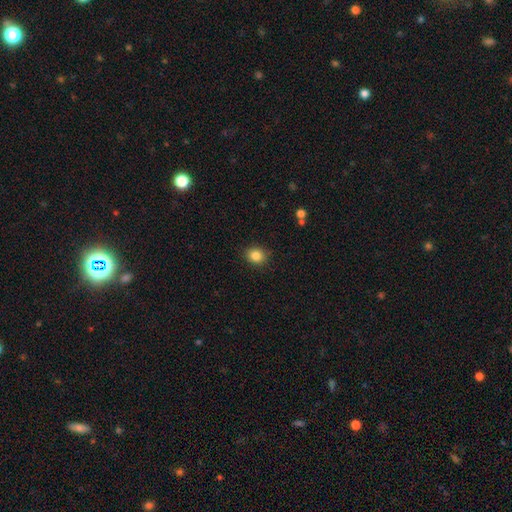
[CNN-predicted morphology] This appears to be a smooth galaxy with no disk features (85%) that is round (68%). Merging: none (88%).